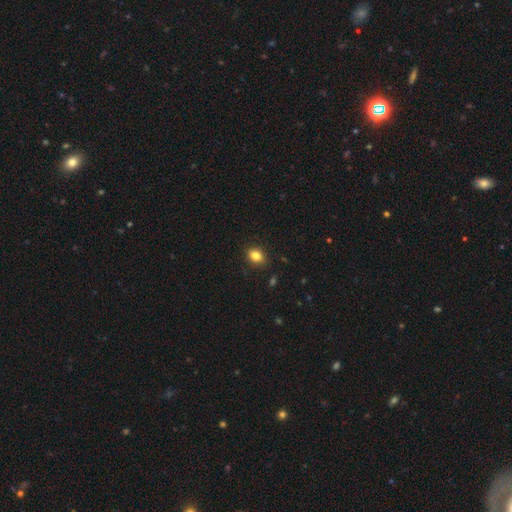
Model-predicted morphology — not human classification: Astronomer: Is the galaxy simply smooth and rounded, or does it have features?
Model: smooth — 84%.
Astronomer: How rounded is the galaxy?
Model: in between — 63%.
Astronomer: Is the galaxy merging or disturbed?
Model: none — 88%.